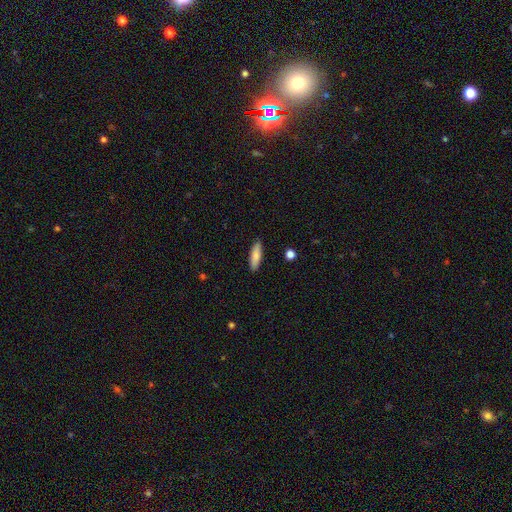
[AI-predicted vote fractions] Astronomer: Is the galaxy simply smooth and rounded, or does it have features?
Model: smooth — 81%.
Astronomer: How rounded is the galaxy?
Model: cigar-shaped — 54% (runner-up: in between, 44%).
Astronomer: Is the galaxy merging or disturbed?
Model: none — 89%.